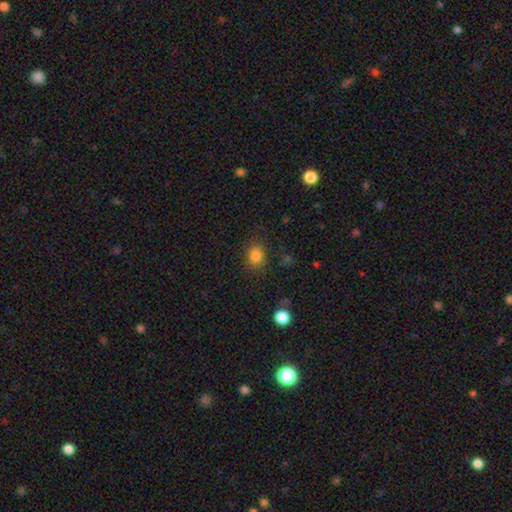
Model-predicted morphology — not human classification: smooth-or-featured: smooth: 83% | star or artifact: 12% | featured or disk: 5%
  how-rounded: in between: 52% | round: 47% | cigar-shaped: 1%
  merging: none: 82% | minor disturbance: 12% | major disturbance: 4% | merger: 2%